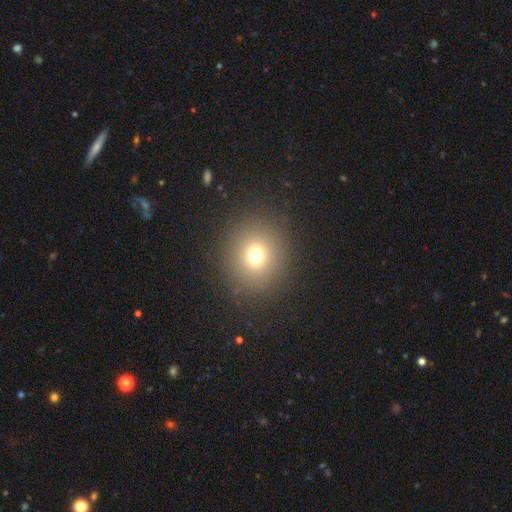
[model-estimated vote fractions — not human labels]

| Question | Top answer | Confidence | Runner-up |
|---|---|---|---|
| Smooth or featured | smooth | 71% | star or artifact (18%) |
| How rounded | round | 87% | in between (12%) |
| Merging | none | 88% | minor disturbance (7%) |